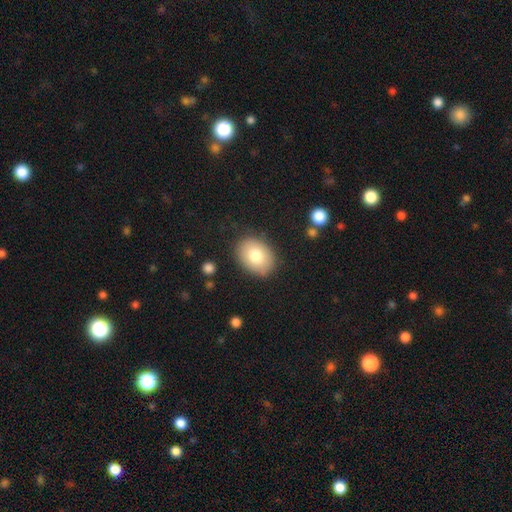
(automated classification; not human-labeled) A smooth galaxy with no disk features (77%) that is in between round and cigar-shaped (71%).

Vote fractions:
- Smooth or featured? smooth: 77% / featured or disk: 15% / star or artifact: 8%
- How rounded? in between: 71% / round: 28% / cigar-shaped: 1%
- Merging? none: 85% / minor disturbance: 10% / major disturbance: 3% / merger: 1%